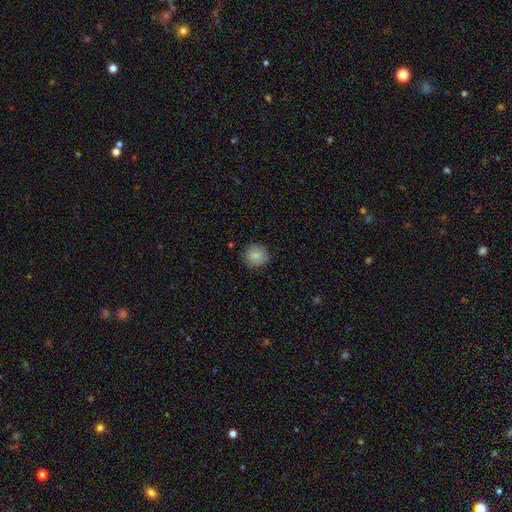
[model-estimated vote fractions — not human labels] This appears to be a smooth galaxy with no disk features (83%) that is round (89%). Merging: none (84%).